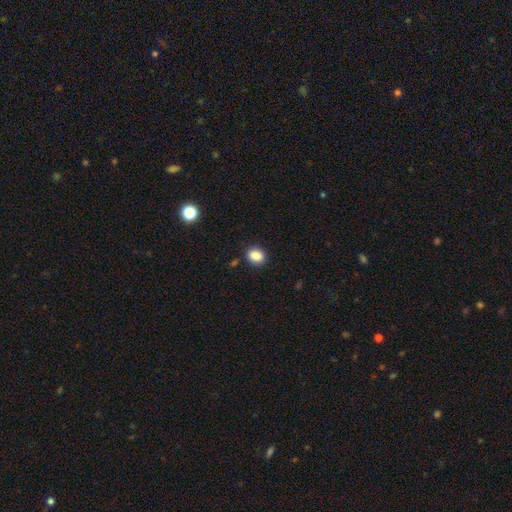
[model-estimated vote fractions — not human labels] Smooth or featured? smooth (87%)
How rounded? in between (54%)
Merging? none (86%)